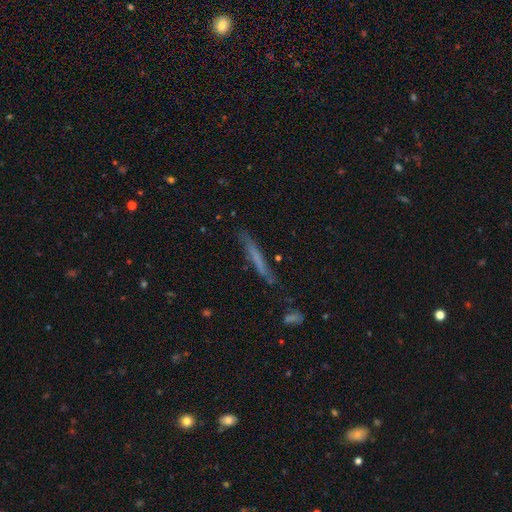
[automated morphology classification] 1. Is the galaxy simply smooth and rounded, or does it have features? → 51% smooth, 39% featured or disk, 10% star or artifact.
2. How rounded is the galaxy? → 95% cigar-shaped, 3% in between, 2% round.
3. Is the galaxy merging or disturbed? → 78% none, 15% minor disturbance, 4% major disturbance, 3% merger.